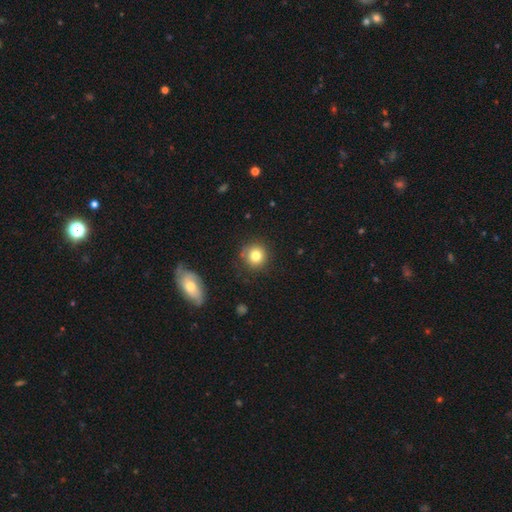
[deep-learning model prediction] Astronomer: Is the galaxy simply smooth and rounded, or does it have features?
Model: smooth — 81%.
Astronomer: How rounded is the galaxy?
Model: round — 91%.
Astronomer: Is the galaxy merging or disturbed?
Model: none — 82%.